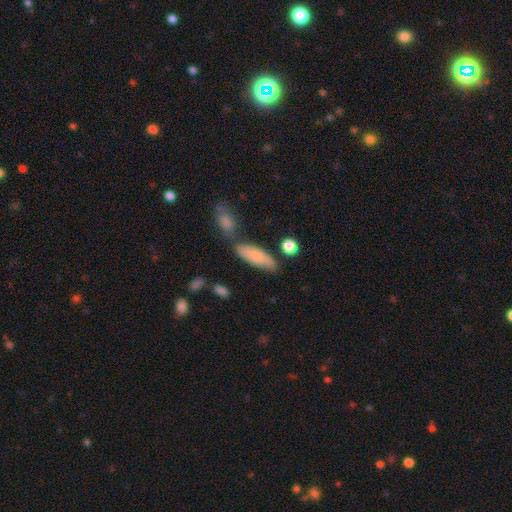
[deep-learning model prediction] smooth_or_featured: smooth (p=0.76) [alt: featured or disk p=0.17]
how_rounded: in between (p=0.61) [alt: cigar-shaped p=0.37]
merging: none (p=0.59) [alt: minor disturbance p=0.20]